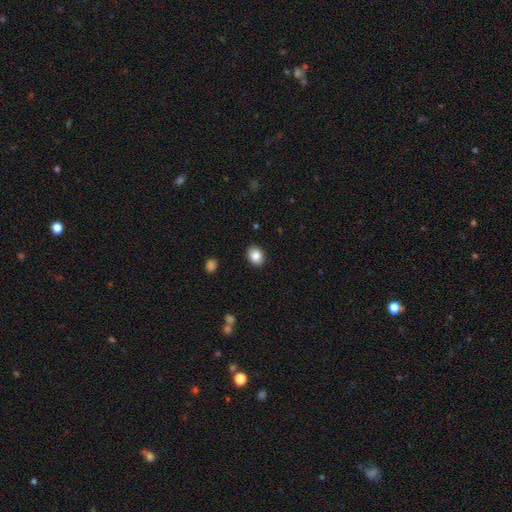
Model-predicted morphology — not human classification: Overall: smooth (86%). How rounded: in between (55%; round 44%). Merging: none (89%).